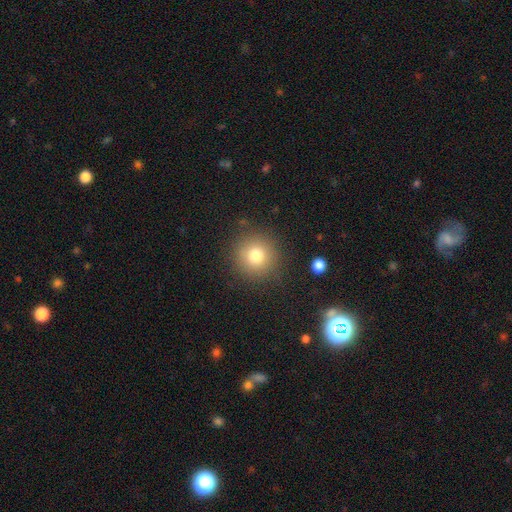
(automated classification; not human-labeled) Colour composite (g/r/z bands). It shows a smooth galaxy with no disk features (78%) that is round (94%). Merging: none (87%).